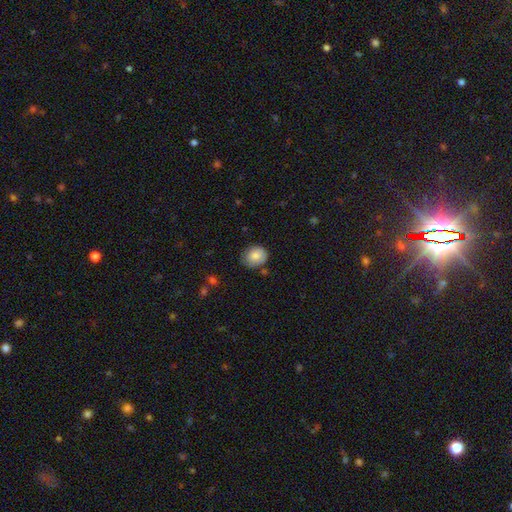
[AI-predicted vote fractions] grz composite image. It shows a smooth galaxy with no disk features (81%) that is round (65%). Merging: none (68%).